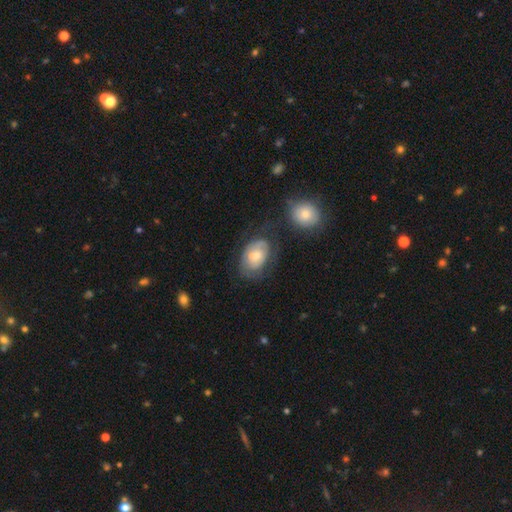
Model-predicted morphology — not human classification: Smooth or featured: smooth — 51% (featured or disk — 42%)
How rounded: in between — 81% (round — 18%)
Merging: none — 51% (minor disturbance — 26%)